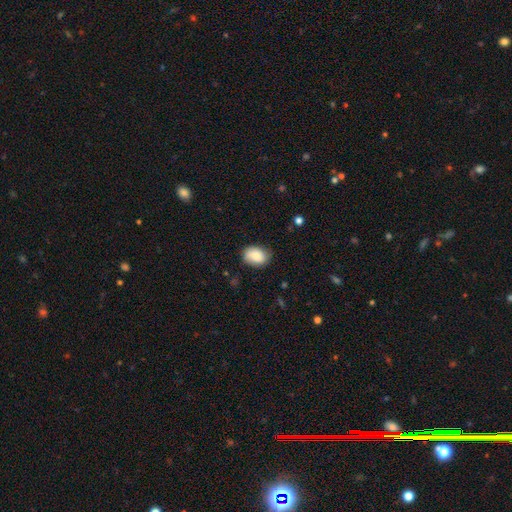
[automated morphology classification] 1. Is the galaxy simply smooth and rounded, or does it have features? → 81% smooth, 12% featured or disk, 7% star or artifact.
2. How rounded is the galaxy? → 76% in between, 23% round, 1% cigar-shaped.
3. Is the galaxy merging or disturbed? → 75% none, 20% minor disturbance, 4% major disturbance, 1% merger.